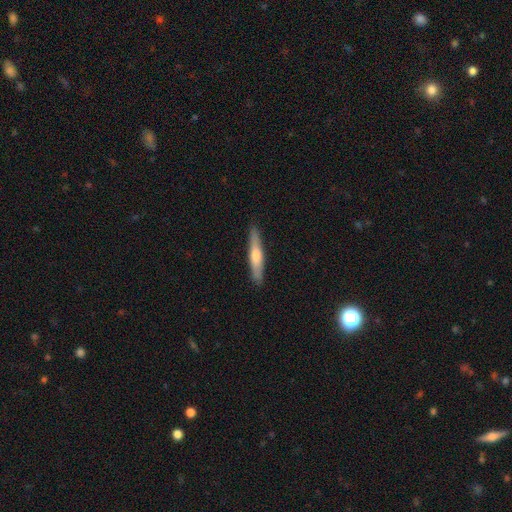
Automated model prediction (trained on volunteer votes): Smooth or featured? Predicted: featured or disk (p=0.48). Merging? Predicted: none (p=0.89).